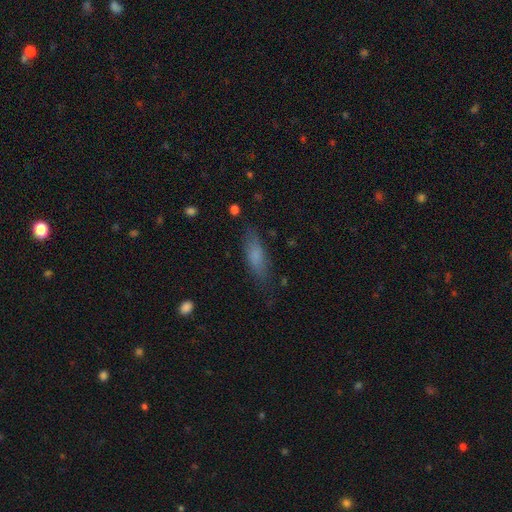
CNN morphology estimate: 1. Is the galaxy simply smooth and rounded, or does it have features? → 75% smooth, 16% featured or disk, 8% star or artifact.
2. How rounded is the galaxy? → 50% in between, 47% cigar-shaped, 2% round.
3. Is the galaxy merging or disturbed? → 76% none, 17% minor disturbance, 5% major disturbance, 2% merger.